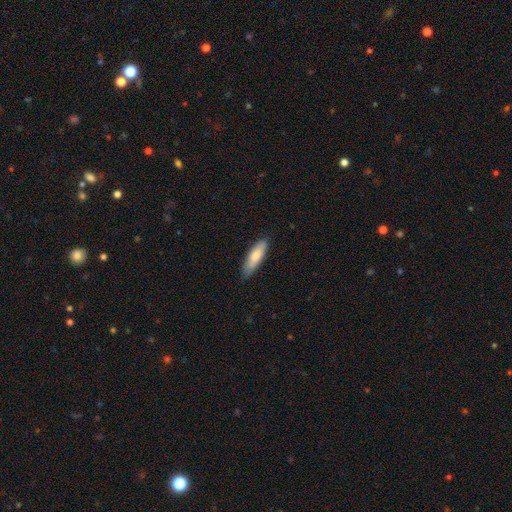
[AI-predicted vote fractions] This appears to be a smooth galaxy with no disk features (77%) that is cigar-shaped (52%). Merging: none (81%).